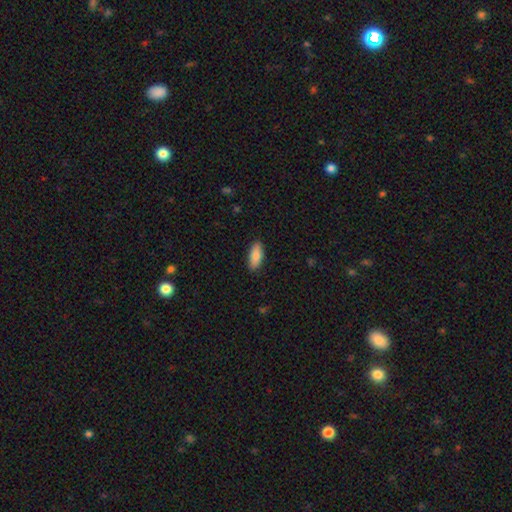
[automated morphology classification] A smooth galaxy with no disk features (86%) that is in between round and cigar-shaped (84%).

Vote fractions:
- Smooth or featured? smooth: 86% / featured or disk: 8% / star or artifact: 6%
- How rounded? in between: 84% / cigar-shaped: 14% / round: 2%
- Merging? none: 89% / minor disturbance: 9% / major disturbance: 2% / merger: 1%